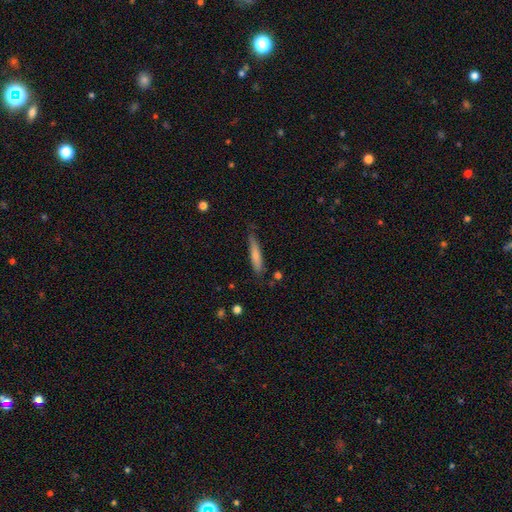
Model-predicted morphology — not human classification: This appears to be a smooth galaxy with no disk features (70%) that is cigar-shaped (89%). Merging: none (76%).